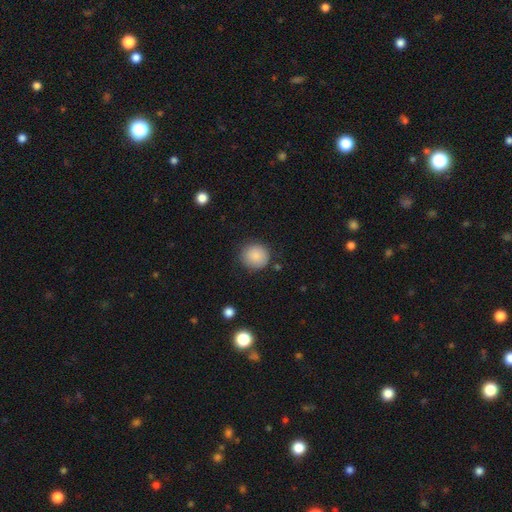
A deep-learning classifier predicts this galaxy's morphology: Smooth or featured?
  - smooth: 87% *
  - star or artifact: 8%
  - featured or disk: 5%
How rounded?
  - round: 90% *
  - in between: 9%
  - cigar-shaped: 1%
Merging?
  - none: 83% *
  - minor disturbance: 12%
  - major disturbance: 3%
  - merger: 2%